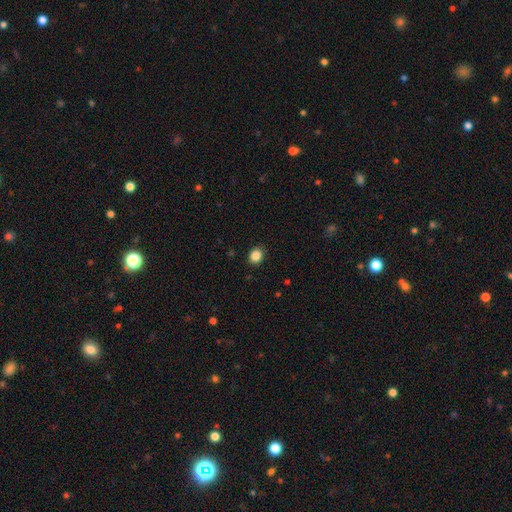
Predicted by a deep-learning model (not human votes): Smooth or featured: smooth — 87% (star or artifact — 10%)
How rounded: round — 64% (in between — 36%)
Merging: none — 89% (minor disturbance — 8%)